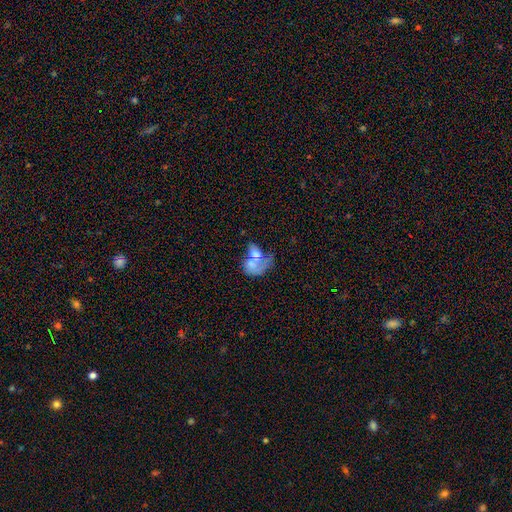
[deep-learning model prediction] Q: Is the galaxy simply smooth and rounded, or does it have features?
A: smooth — 53%.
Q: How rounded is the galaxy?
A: in between — 75%.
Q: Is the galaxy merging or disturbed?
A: merger — 66%.